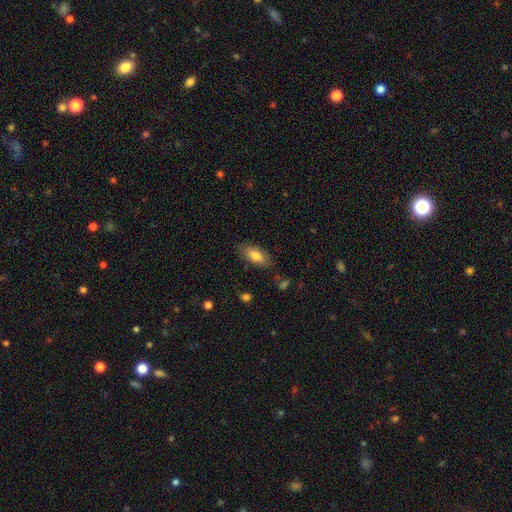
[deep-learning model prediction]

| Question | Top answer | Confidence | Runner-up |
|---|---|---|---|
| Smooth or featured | smooth | 79% | featured or disk (14%) |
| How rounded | in between | 86% | cigar-shaped (12%) |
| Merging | none | 83% | minor disturbance (13%) |